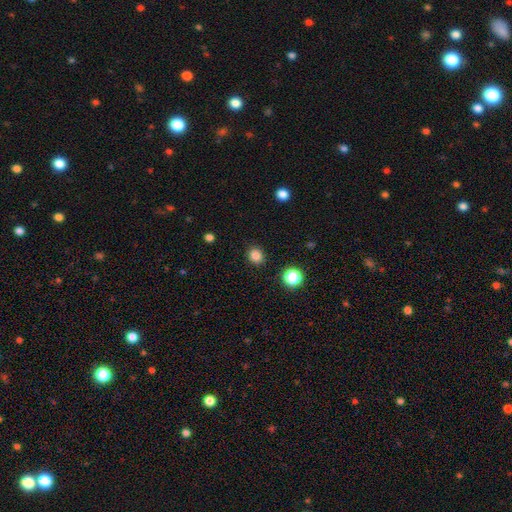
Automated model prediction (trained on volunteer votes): smooth_or_featured: smooth (p=0.85) [alt: star or artifact p=0.12]
how_rounded: round (p=0.73) [alt: in between p=0.26]
merging: none (p=0.90) [alt: minor disturbance p=0.07]